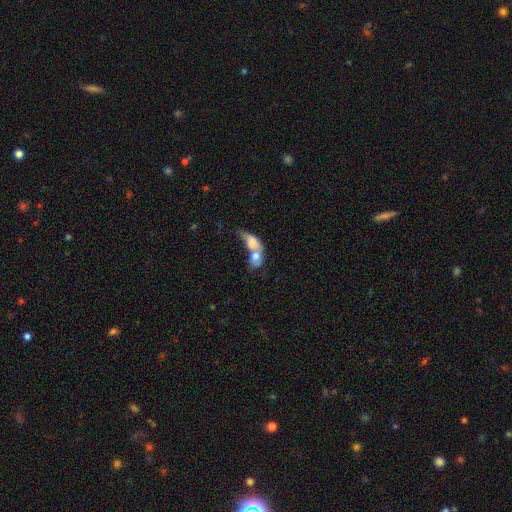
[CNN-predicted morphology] smooth-or-featured: smooth: 68% | featured or disk: 24% | star or artifact: 8%
  how-rounded: in between: 71% | round: 21% | cigar-shaped: 7%
  merging: merger: 71% | major disturbance: 11% | none: 11% | minor disturbance: 7%